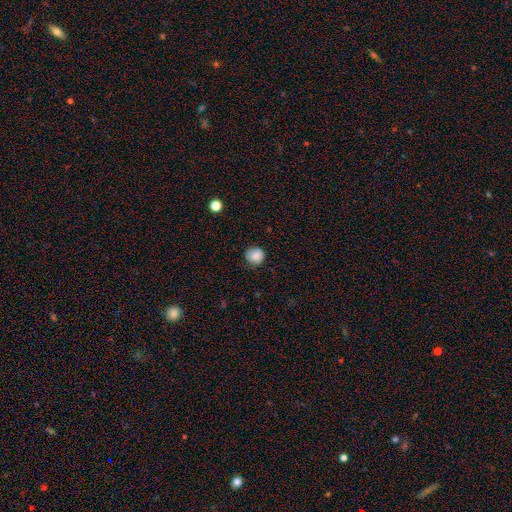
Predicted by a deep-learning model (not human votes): This is clearly a smooth galaxy (84%). How rounded: clearly round (92%). Merging: clearly none (82%).